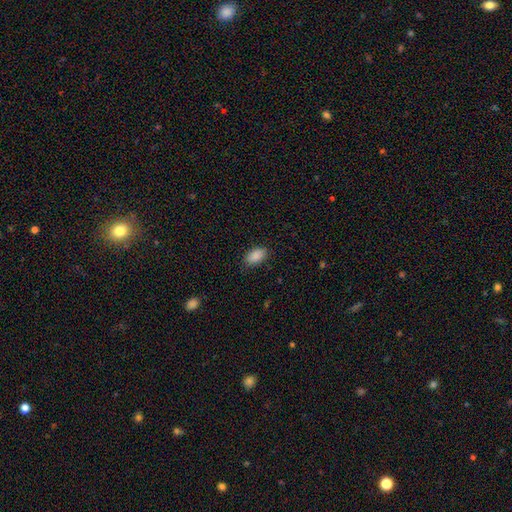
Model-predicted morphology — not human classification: Smooth or featured: smooth — 89% (star or artifact — 7%)
How rounded: in between — 93% (round — 5%)
Merging: none — 84% (minor disturbance — 12%)